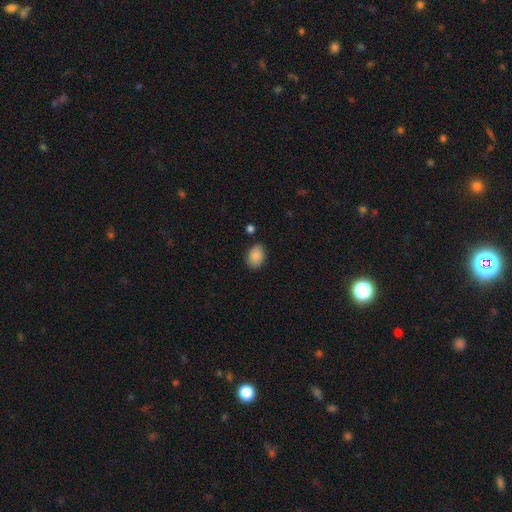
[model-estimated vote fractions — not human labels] A smooth galaxy with no disk features (88%) that is in between round and cigar-shaped (76%). Merging: none (81%).